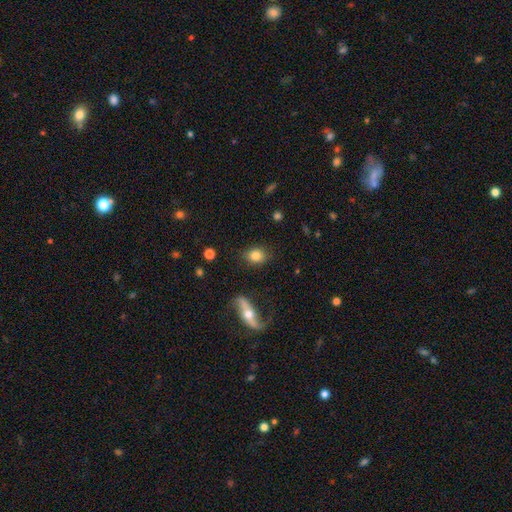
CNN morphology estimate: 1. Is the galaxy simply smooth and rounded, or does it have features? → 79% smooth, 12% featured or disk, 9% star or artifact.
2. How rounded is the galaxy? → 50% round, 47% in between, 2% cigar-shaped.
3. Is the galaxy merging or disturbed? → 83% none, 11% minor disturbance, 4% major disturbance, 2% merger.